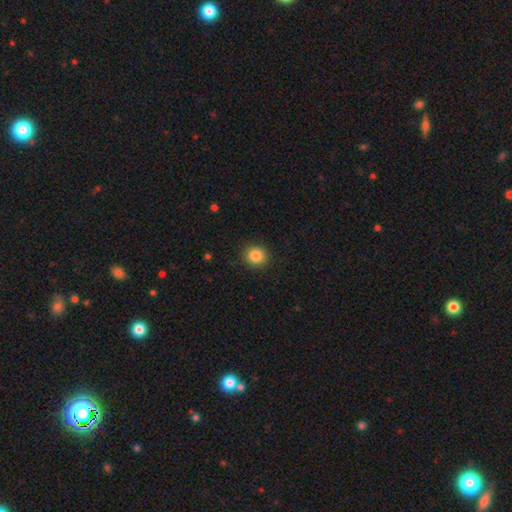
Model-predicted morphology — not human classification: Smooth or featured? Predicted: smooth (p=0.86). How rounded? Predicted: round (p=0.85). Merging? Predicted: none (p=0.90).